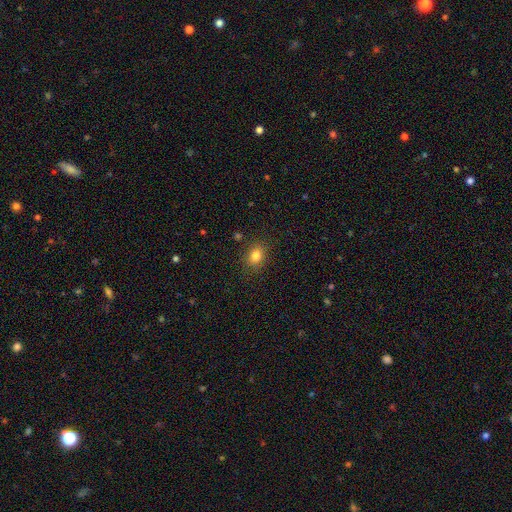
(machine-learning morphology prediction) Q: Smooth or featured?
A: smooth (82%); runner-up: star or artifact (12%)
Q: How rounded?
A: in between (52%); runner-up: round (47%)
Q: Merging?
A: none (86%); runner-up: minor disturbance (9%)